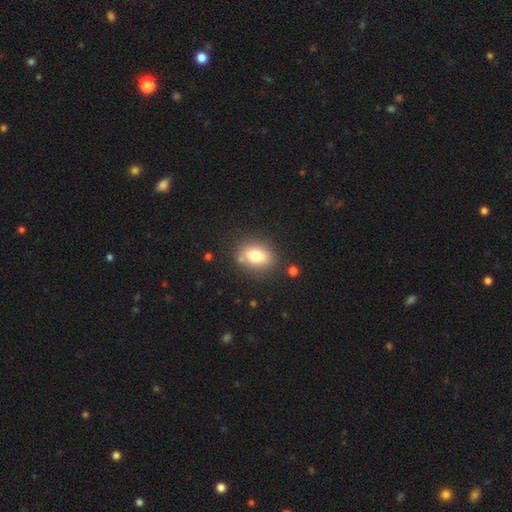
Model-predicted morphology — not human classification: smooth-or-featured: smooth: 77% | featured or disk: 13% | star or artifact: 10%
  how-rounded: in between: 63% | round: 35% | cigar-shaped: 2%
  merging: none: 79% | minor disturbance: 12% | merger: 5% | major disturbance: 4%